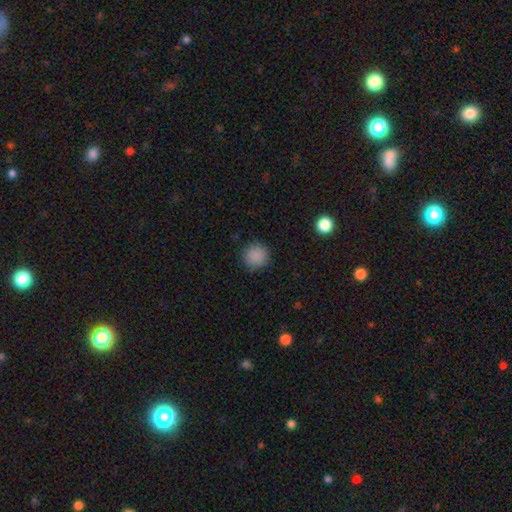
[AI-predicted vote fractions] Overall: smooth (87%). How rounded: round (94%). Merging: none (89%).